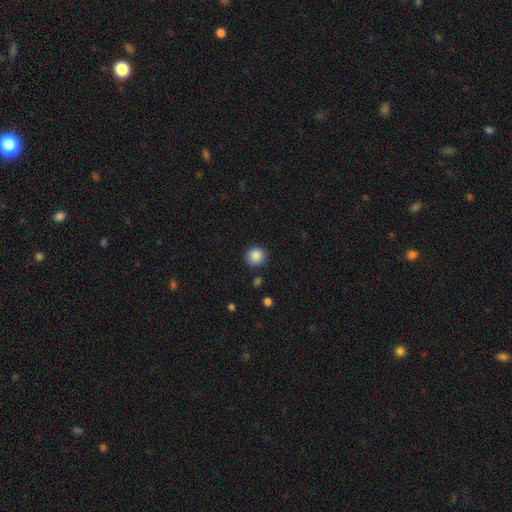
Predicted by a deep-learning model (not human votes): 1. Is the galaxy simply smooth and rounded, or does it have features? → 88% smooth, 9% star or artifact, 3% featured or disk.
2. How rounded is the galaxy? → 84% round, 15% in between, 1% cigar-shaped.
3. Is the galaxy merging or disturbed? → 87% none, 9% minor disturbance, 2% major disturbance, 2% merger.